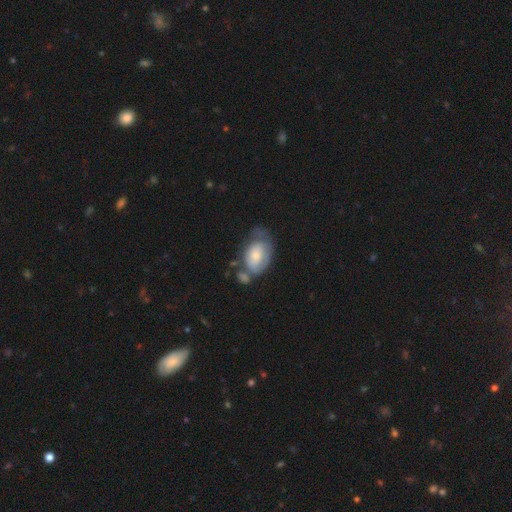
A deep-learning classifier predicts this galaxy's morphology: Smooth or featured? Predicted: smooth (p=0.53). How rounded? Predicted: in between (p=0.85). Merging? Predicted: none (p=0.29).